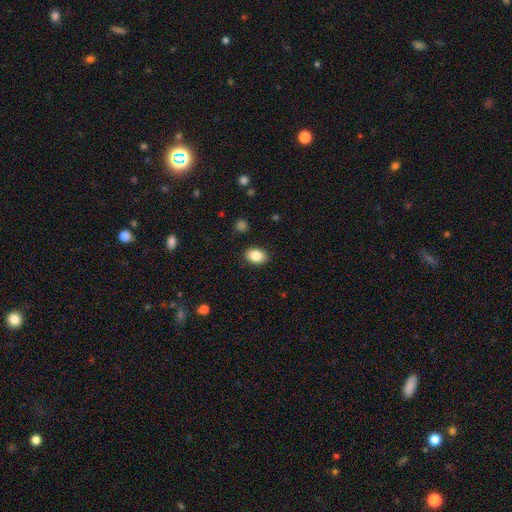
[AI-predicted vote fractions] A smooth galaxy with no disk features (86%) that is in between round and cigar-shaped (75%). Merging: none (88%).